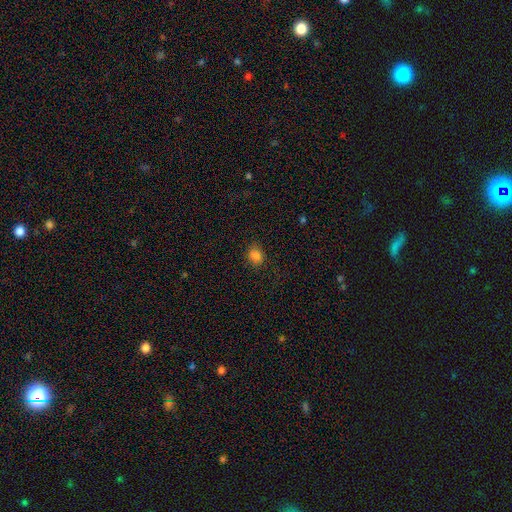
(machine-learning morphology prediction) type=smooth (82%); roundness=round (57%); merging=none (82%).